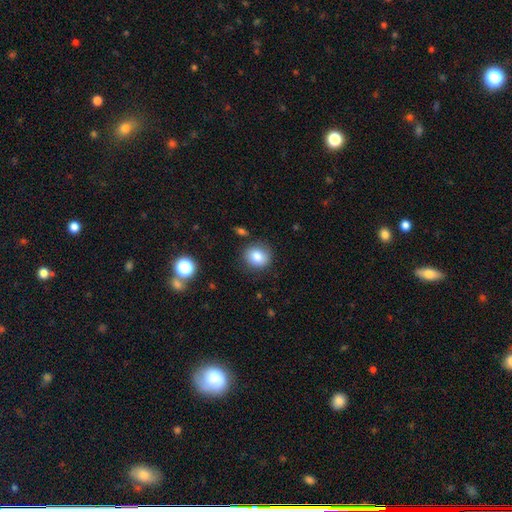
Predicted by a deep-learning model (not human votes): A smooth galaxy with no disk features (83%) that is round (80%).

Vote fractions:
- Smooth or featured? smooth: 83% / star or artifact: 10% / featured or disk: 7%
- How rounded? round: 80% / in between: 19% / cigar-shaped: 1%
- Merging? none: 84% / minor disturbance: 11% / major disturbance: 3% / merger: 2%